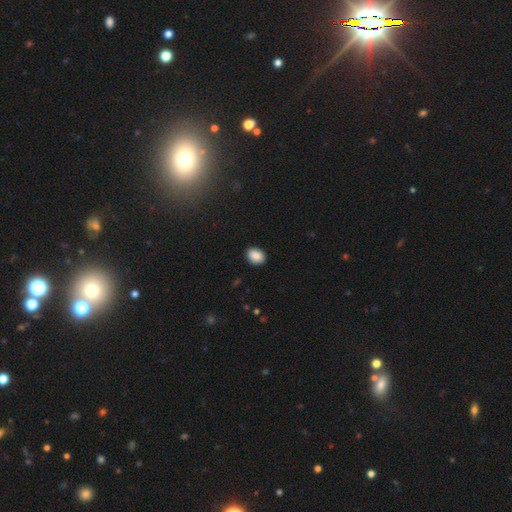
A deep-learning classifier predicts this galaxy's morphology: Q: Smooth or featured?
A: smooth (89%); runner-up: star or artifact (8%)
Q: How rounded?
A: in between (64%); runner-up: round (35%)
Q: Merging?
A: none (89%); runner-up: minor disturbance (8%)